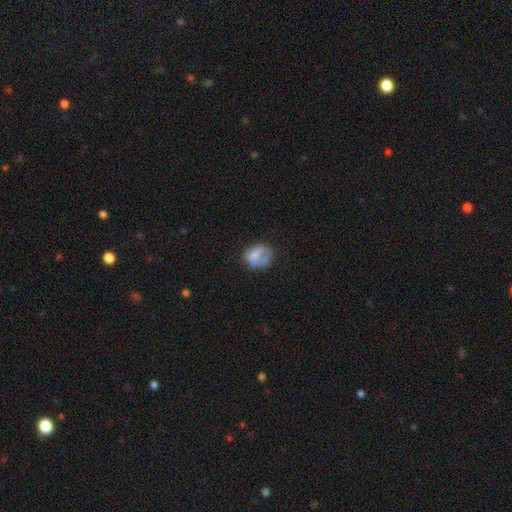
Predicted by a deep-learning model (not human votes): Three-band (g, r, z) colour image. It shows a smooth galaxy with no disk features (59%) that is round (62%). Merging: none (39%).